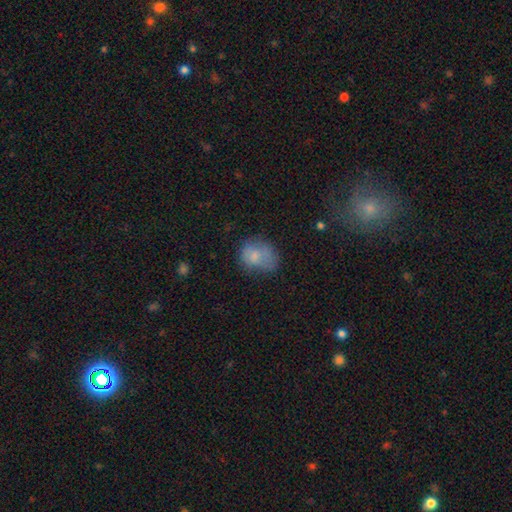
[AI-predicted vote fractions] Smooth or featured? smooth (72%)
How rounded? in between (55%)
Merging? none (41%)